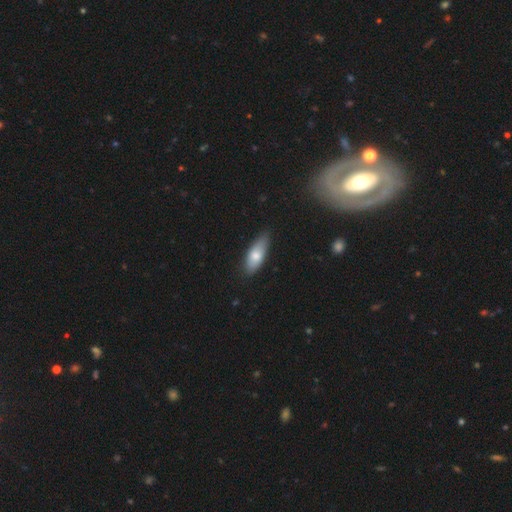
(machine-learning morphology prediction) The model was most divided on "how rounded": in between: 75%, cigar-shaped: 23%, round: 2%. More confident: merging — none (77%); smooth or featured — smooth (74%).